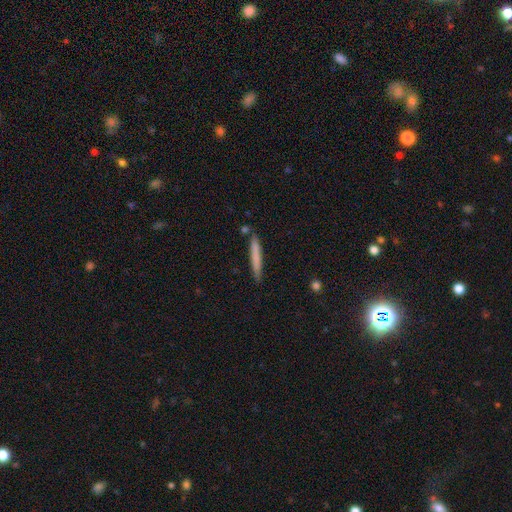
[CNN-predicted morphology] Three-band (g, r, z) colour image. It shows a smooth galaxy with no disk features (71%) that is cigar-shaped (96%). Merging: none (84%).